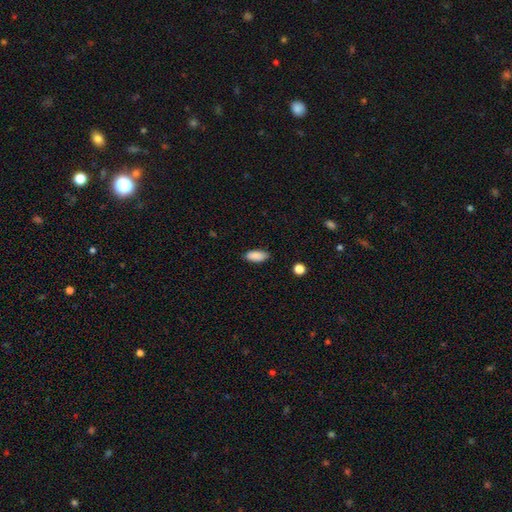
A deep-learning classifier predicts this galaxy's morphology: Smooth or featured?
  - smooth: 89% *
  - star or artifact: 7%
  - featured or disk: 4%
How rounded?
  - in between: 86% *
  - cigar-shaped: 12%
  - round: 2%
Merging?
  - none: 84% *
  - minor disturbance: 12%
  - major disturbance: 2%
  - merger: 1%